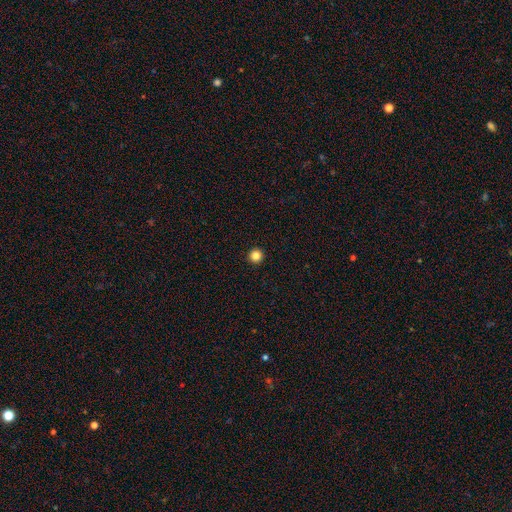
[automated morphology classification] Q: Smooth or featured?
A: smooth (84%); runner-up: star or artifact (12%)
Q: How rounded?
A: round (96%); runner-up: in between (3%)
Q: Merging?
A: none (94%); runner-up: minor disturbance (3%)